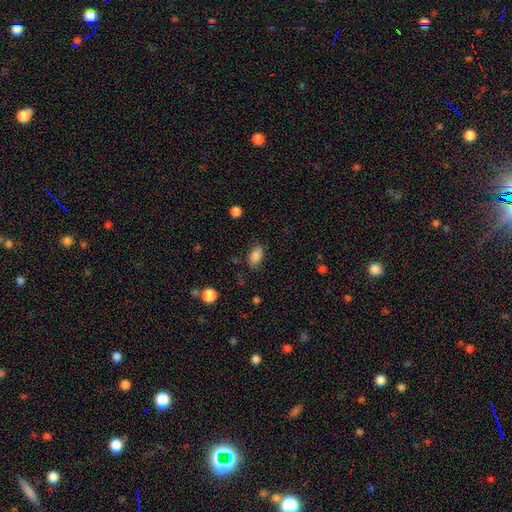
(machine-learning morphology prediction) Smooth or featured? Predicted: smooth (p=0.85). How rounded? Predicted: in between (p=0.91). Merging? Predicted: none (p=0.82).